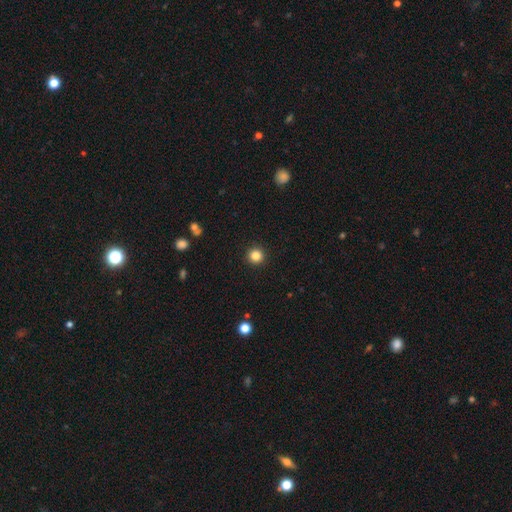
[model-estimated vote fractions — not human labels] Smooth or featured?
  - smooth: 84% *
  - star or artifact: 11%
  - featured or disk: 4%
How rounded?
  - round: 95% *
  - in between: 4%
  - cigar-shaped: 1%
Merging?
  - none: 93% *
  - minor disturbance: 4%
  - major disturbance: 2%
  - merger: 1%